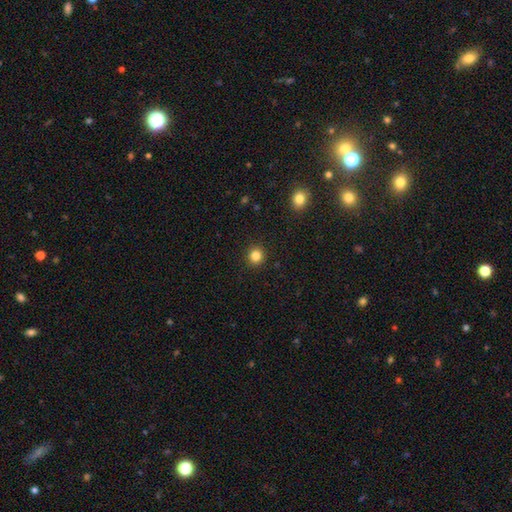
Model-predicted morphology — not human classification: smooth_or_featured: smooth (p=0.84) [alt: star or artifact p=0.12]
how_rounded: round (p=0.90) [alt: in between p=0.09]
merging: none (p=0.92) [alt: minor disturbance p=0.05]